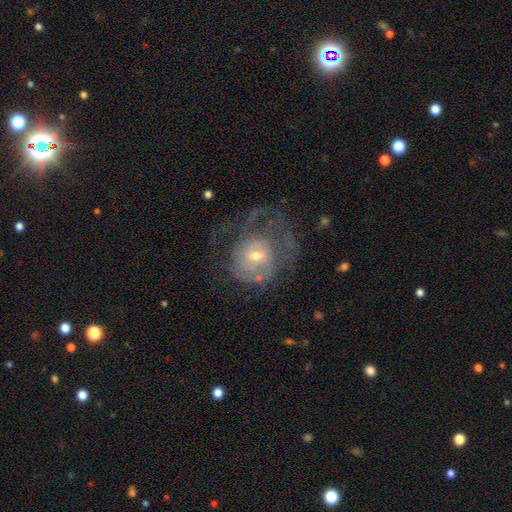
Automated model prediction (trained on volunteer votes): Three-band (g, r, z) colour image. It shows a featured or disk galaxy (74%) with no bar (57%), tight (47%) spiral arms (78%) and a small central bulge (53%). Merging: none (42%).